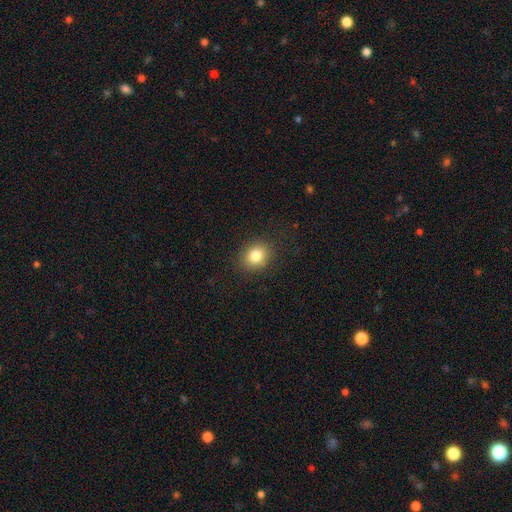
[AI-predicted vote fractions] smooth 82%, star or artifact 11%, featured or disk 7%. Down the decision tree: how rounded — round (65%); merging — none (88%).